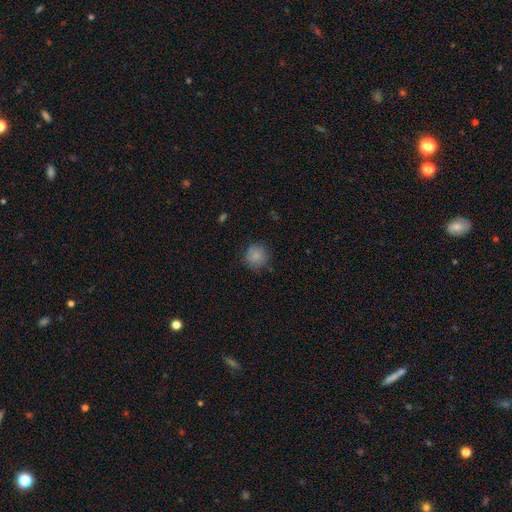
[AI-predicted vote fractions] Smooth or featured? Predicted: smooth (p=0.85). How rounded? Predicted: round (p=0.91). Merging? Predicted: none (p=0.82).